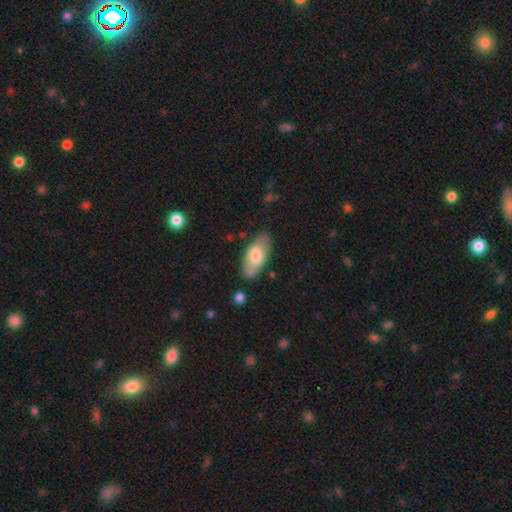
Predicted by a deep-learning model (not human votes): Smooth or featured?
  - smooth: 65% *
  - featured or disk: 29%
  - star or artifact: 6%
How rounded?
  - in between: 92% *
  - cigar-shaped: 6%
  - round: 3%
Merging?
  - none: 75% *
  - minor disturbance: 18%
  - major disturbance: 5%
  - merger: 3%